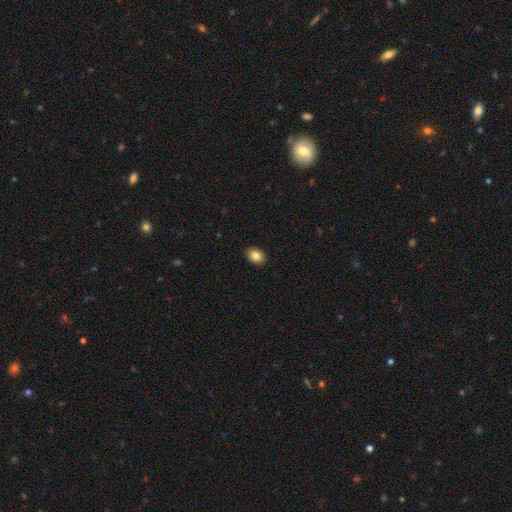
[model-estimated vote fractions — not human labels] Smooth or featured? Predicted: smooth (p=0.85). How rounded? Predicted: in between (p=0.74). Merging? Predicted: none (p=0.91).